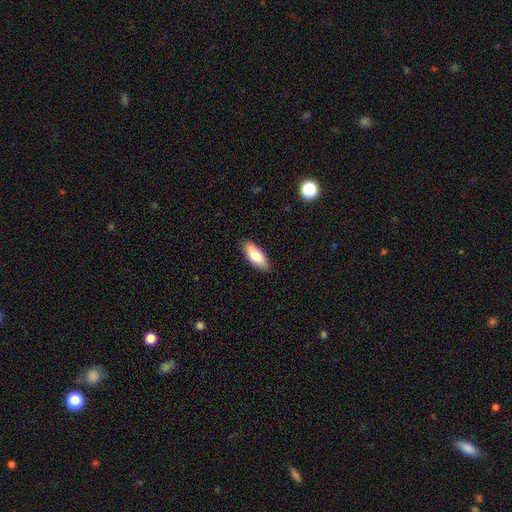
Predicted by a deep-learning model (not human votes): This appears to be a smooth galaxy with no disk features (82%) that is in between round and cigar-shaped (78%). Merging: none (87%).